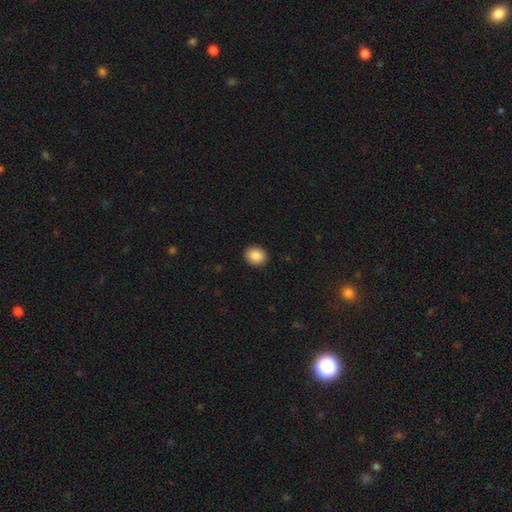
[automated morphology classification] A smooth galaxy with no disk features (88%) that is round (68%).

Vote fractions:
- Smooth or featured? smooth: 88% / star or artifact: 8% / featured or disk: 4%
- How rounded? round: 68% / in between: 31% / cigar-shaped: 1%
- Merging? none: 91% / minor disturbance: 6% / major disturbance: 2% / merger: 1%